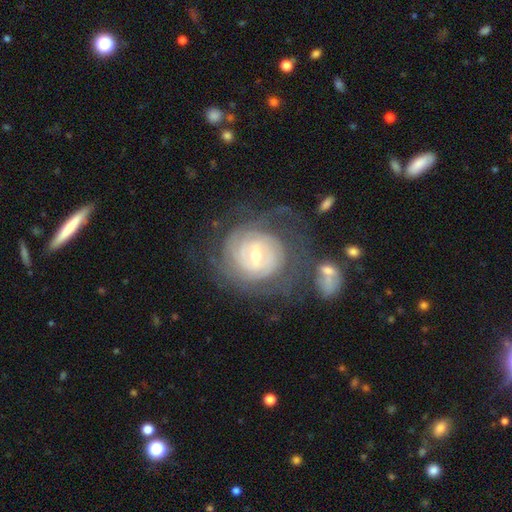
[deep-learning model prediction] smooth_or_featured: featured or disk (p=0.84) [alt: smooth p=0.11]
disk_edge_on: no (p=0.97) [alt: yes p=0.03]
bar: weak (p=0.54) [alt: no p=0.25]
has_spiral_arms: yes (p=0.92) [alt: no p=0.08]
spiral_winding: tight (p=0.78) [alt: medium p=0.16]
spiral_arm_count: can't tell (p=0.44) [alt: 2 p=0.18]
bulge_size: moderate (p=0.49) [alt: small p=0.46]
merging: none (p=0.59) [alt: minor disturbance p=0.17]